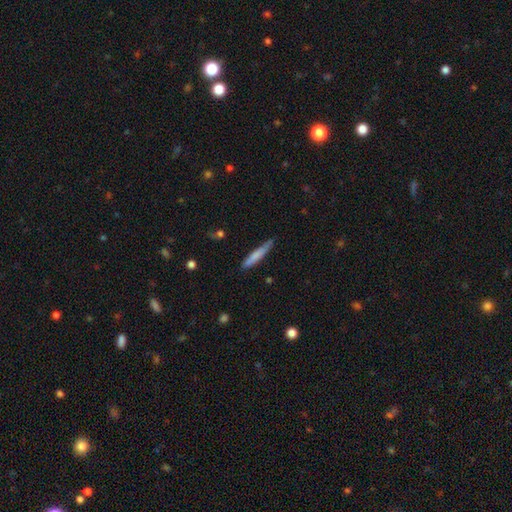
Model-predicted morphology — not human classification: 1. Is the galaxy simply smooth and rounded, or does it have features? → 71% smooth, 24% featured or disk, 6% star or artifact.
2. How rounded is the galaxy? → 93% cigar-shaped, 6% in between, 1% round.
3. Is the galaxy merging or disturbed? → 74% none, 20% minor disturbance, 3% major disturbance, 2% merger.